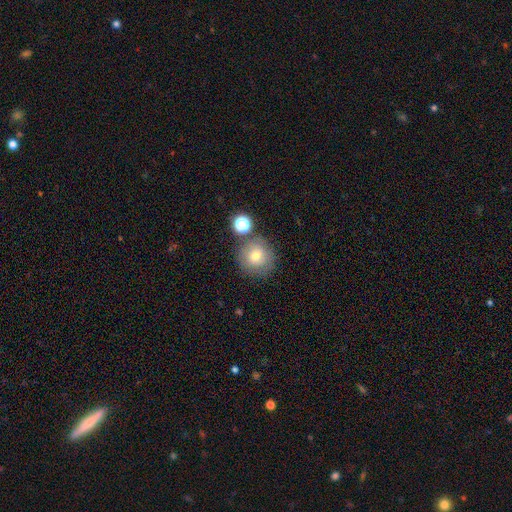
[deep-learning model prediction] Smooth or featured: smooth — 64% (featured or disk — 23%)
How rounded: round — 92% (in between — 7%)
Merging: none — 72% (minor disturbance — 12%)